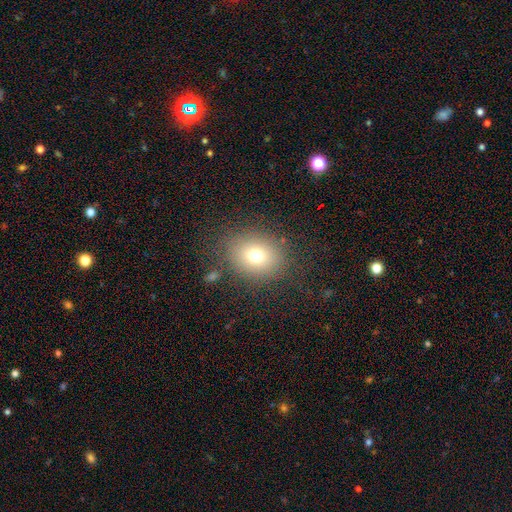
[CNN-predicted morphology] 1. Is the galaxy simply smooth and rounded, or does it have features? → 72% smooth, 15% star or artifact, 13% featured or disk.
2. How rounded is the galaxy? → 60% round, 39% in between, 1% cigar-shaped.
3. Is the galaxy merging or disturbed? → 81% none, 10% minor disturbance, 6% major disturbance, 2% merger.